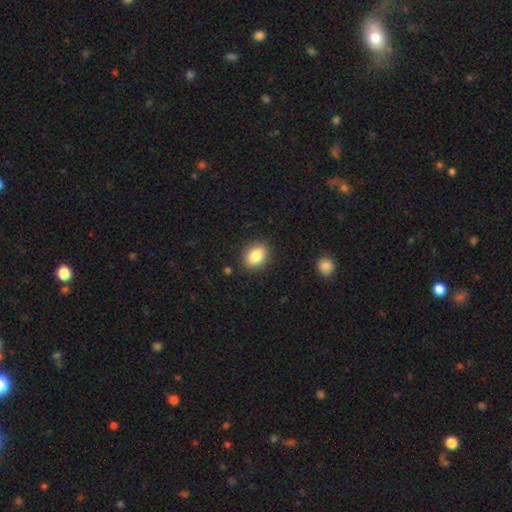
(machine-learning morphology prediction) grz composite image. It shows a smooth galaxy with no disk features (85%) that is in between round and cigar-shaped (66%). Merging: none (89%).